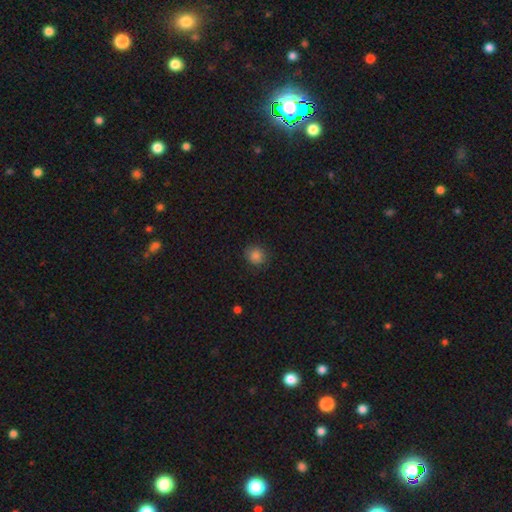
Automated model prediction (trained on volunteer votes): Q: Smooth or featured?
A: smooth (84%); runner-up: star or artifact (11%)
Q: How rounded?
A: round (84%); runner-up: in between (15%)
Q: Merging?
A: none (85%); runner-up: minor disturbance (11%)